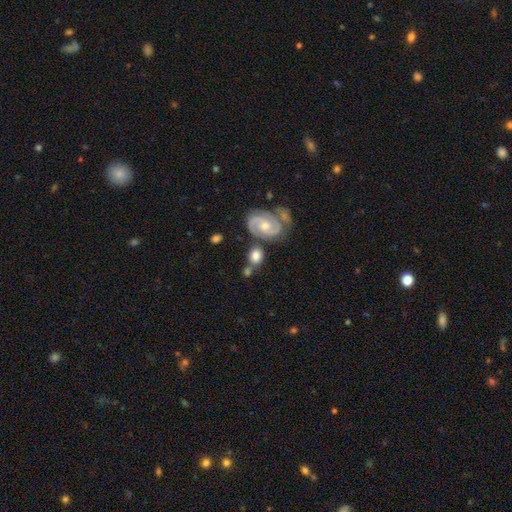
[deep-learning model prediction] A smooth galaxy with no disk features (54%) that is round (53%). Merging: none (52%).